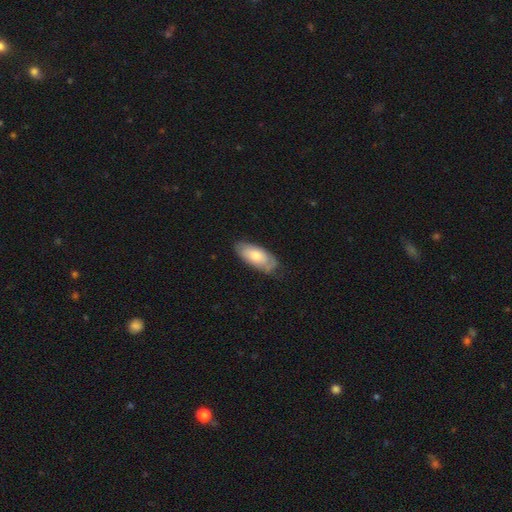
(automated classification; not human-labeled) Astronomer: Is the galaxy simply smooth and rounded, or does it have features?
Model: smooth — 68%.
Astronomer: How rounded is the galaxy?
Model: in between — 89%.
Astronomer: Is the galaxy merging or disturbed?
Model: none — 70%.